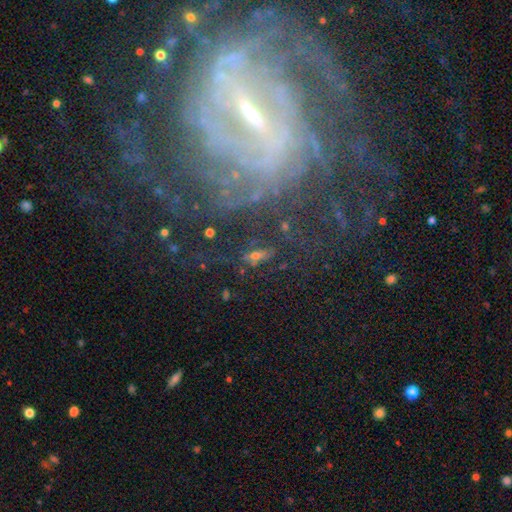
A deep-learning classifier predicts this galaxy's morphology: A smooth galaxy with no disk features (40%). Merging: none (61%).